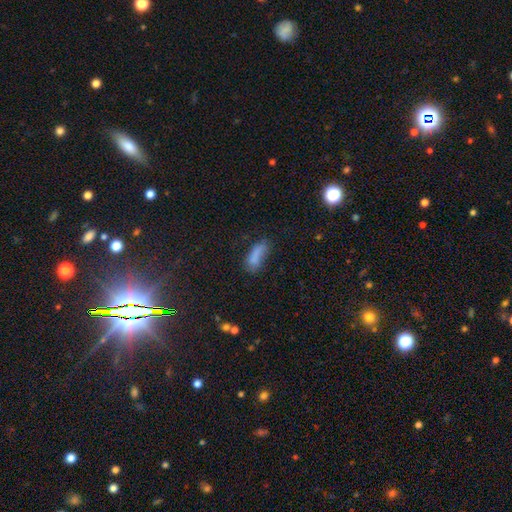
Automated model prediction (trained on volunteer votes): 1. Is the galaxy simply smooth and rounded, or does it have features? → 77% smooth, 12% star or artifact, 11% featured or disk.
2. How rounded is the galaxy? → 68% in between, 29% cigar-shaped, 3% round.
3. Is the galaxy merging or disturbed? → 46% none, 30% minor disturbance, 17% major disturbance, 6% merger.